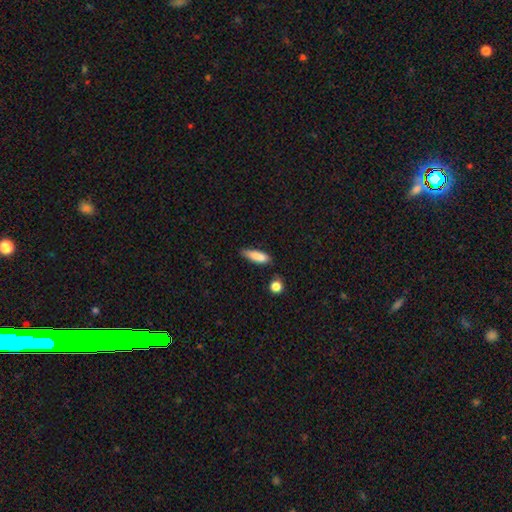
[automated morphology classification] Smooth or featured?
  - smooth: 83% *
  - featured or disk: 10%
  - star or artifact: 7%
How rounded?
  - cigar-shaped: 54% *
  - in between: 43%
  - round: 2%
Merging?
  - none: 65% *
  - minor disturbance: 24%
  - merger: 6%
  - major disturbance: 5%